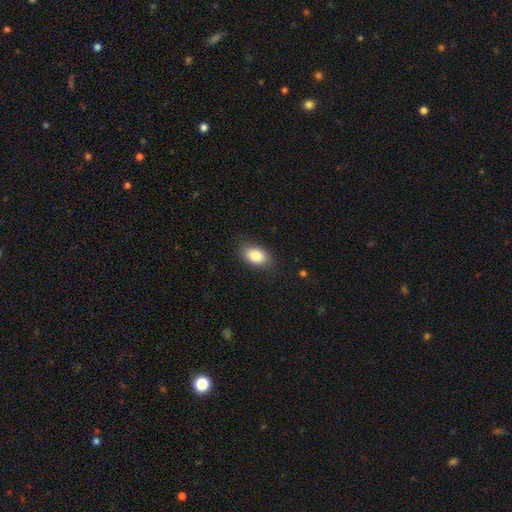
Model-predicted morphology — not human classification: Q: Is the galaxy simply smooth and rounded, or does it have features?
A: smooth — 87%.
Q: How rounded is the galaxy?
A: in between — 89%.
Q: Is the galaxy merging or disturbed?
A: none — 82%.